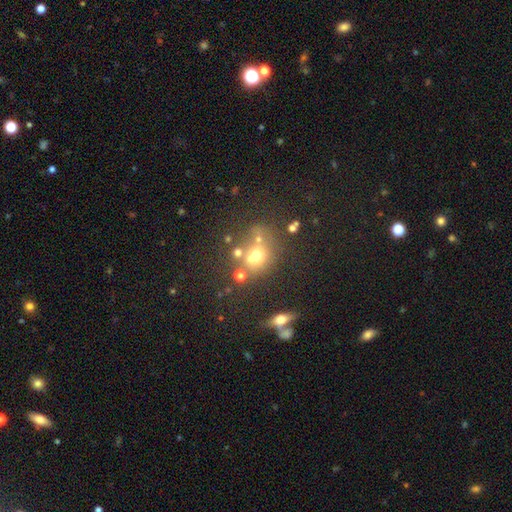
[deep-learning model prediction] This appears to be a smooth galaxy with no disk features (54%) that is round (69%). Merging: none (49%).